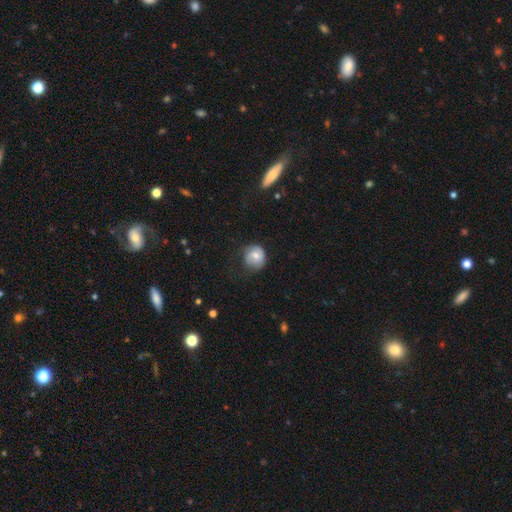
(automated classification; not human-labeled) The model was most divided on "smooth or featured": smooth: 57%, featured or disk: 35%, star or artifact: 7%. More confident: how rounded — round (83%); merging — none (62%).